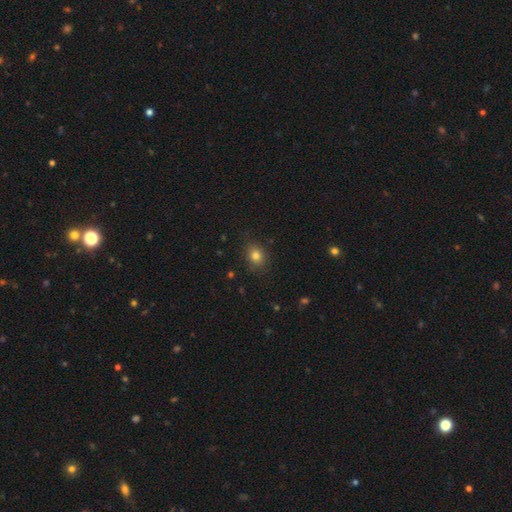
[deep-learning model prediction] A smooth galaxy with no disk features (81%) that is round (56%).

Vote fractions:
- Smooth or featured? smooth: 81% / star or artifact: 12% / featured or disk: 7%
- How rounded? round: 56% / in between: 43% / cigar-shaped: 1%
- Merging? none: 84% / minor disturbance: 12% / major disturbance: 3% / merger: 1%